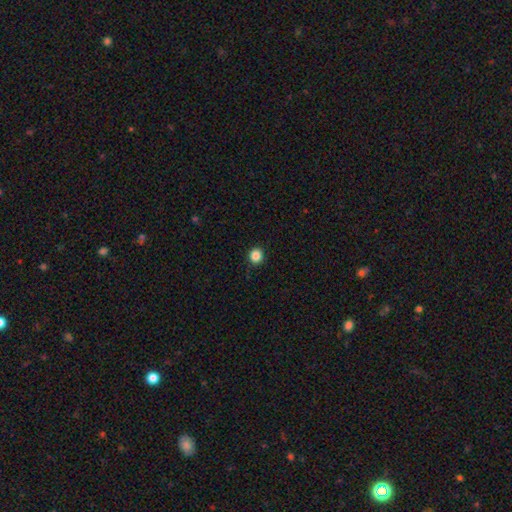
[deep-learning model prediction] smooth 86%, star or artifact 11%, featured or disk 3%. Down the decision tree: how rounded — round (90%); merging — none (91%).